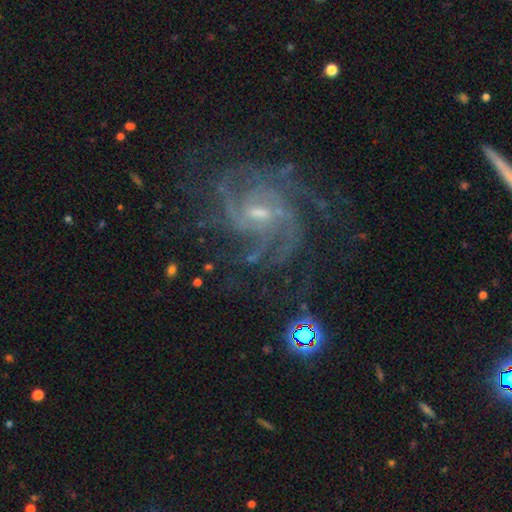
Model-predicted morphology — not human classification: A featured or disk galaxy (86%) with a weak bar (58%), can't tell (25%, tied with 4) medium (45%) spiral arms (97%) and a small central bulge (55%). Merging: none (64%).